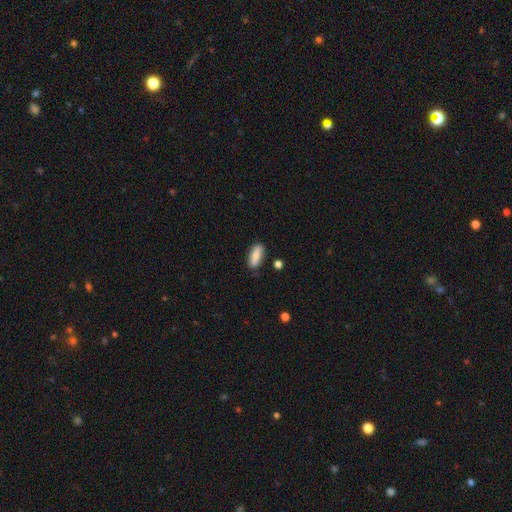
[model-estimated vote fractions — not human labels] This is clearly a smooth galaxy (82%). How rounded: likely in between (67%). Merging: clearly none (82%).